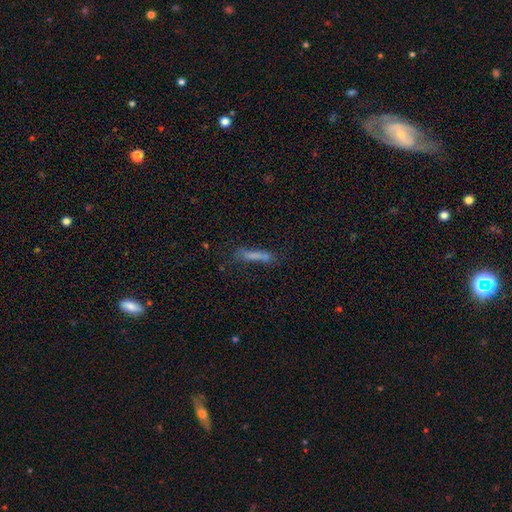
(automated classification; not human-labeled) The model was most divided on "merging": none: 57%, minor disturbance: 20%, major disturbance: 12%, merger: 11%. More confident: how rounded — cigar-shaped (85%); smooth or featured — smooth (66%).